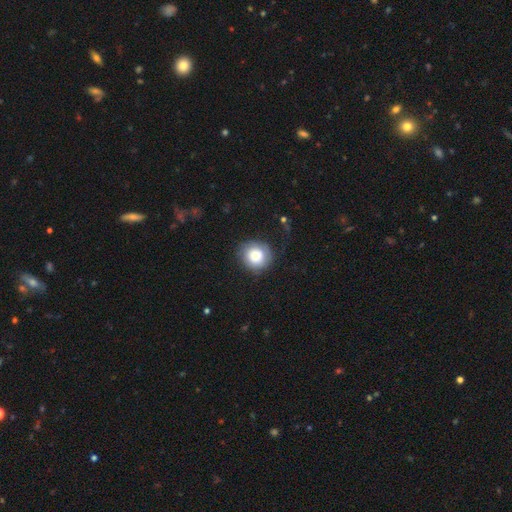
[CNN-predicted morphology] Smooth or featured: smooth — 76% (featured or disk — 16%)
How rounded: round — 88% (in between — 11%)
Merging: none — 73% (minor disturbance — 18%)